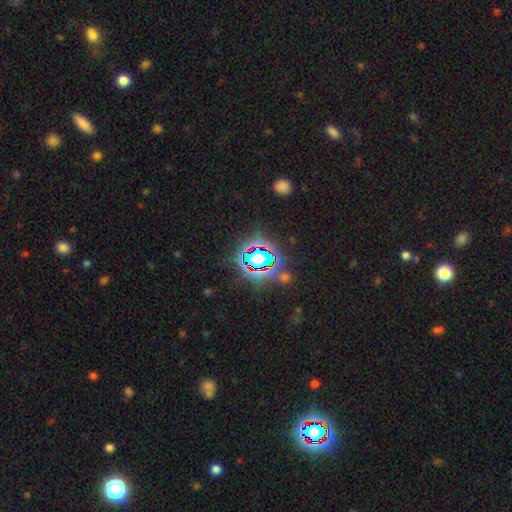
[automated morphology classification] smooth-or-featured: star or artifact: 71% | smooth: 18% | featured or disk: 11%